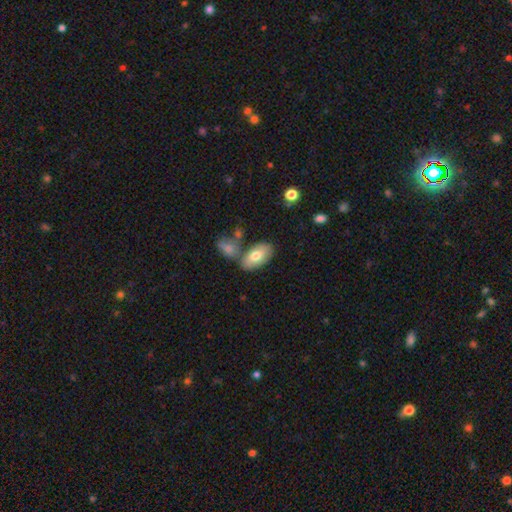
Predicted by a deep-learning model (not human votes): Smooth or featured?
  - smooth: 69% *
  - featured or disk: 25%
  - star or artifact: 6%
How rounded?
  - in between: 93% *
  - round: 4%
  - cigar-shaped: 3%
Merging?
  - none: 62% *
  - merger: 20%
  - minor disturbance: 14%
  - major disturbance: 4%